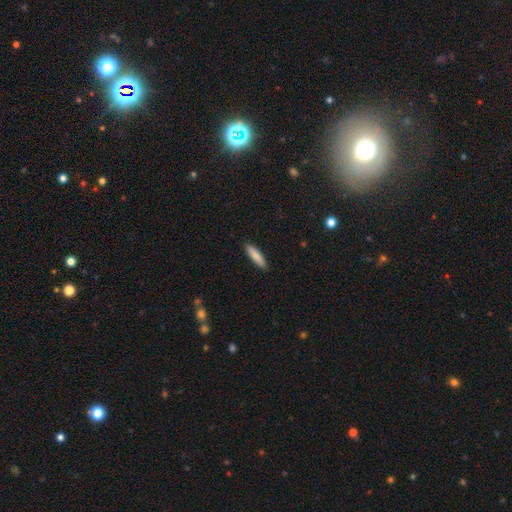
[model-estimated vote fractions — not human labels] This appears to be a smooth galaxy with no disk features (85%) that is cigar-shaped (81%). Merging: none (90%).